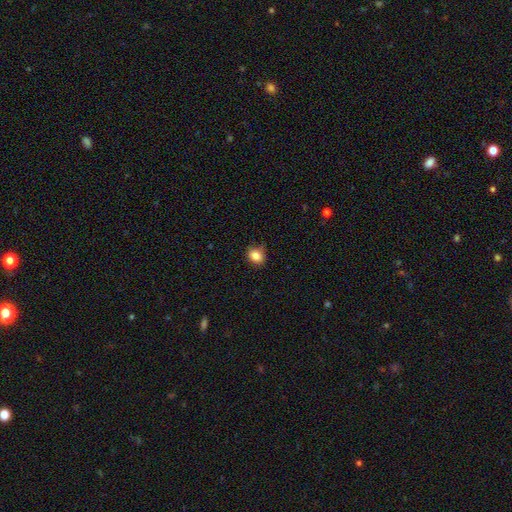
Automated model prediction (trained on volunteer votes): A smooth galaxy with no disk features (83%) that is round (63%). Merging: none (80%).